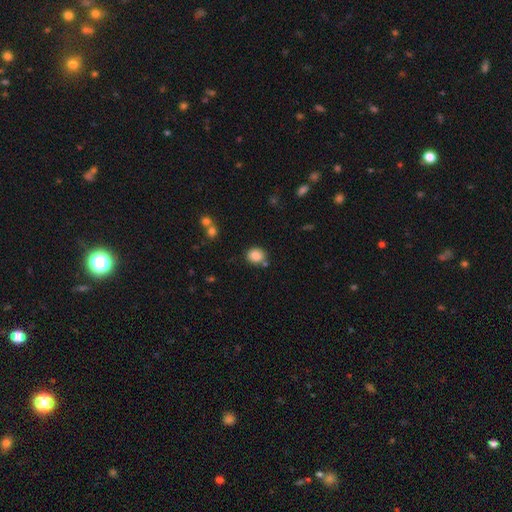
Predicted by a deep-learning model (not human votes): Morphology: type=smooth (86%); roundness=round (74%); merging=none (74%).